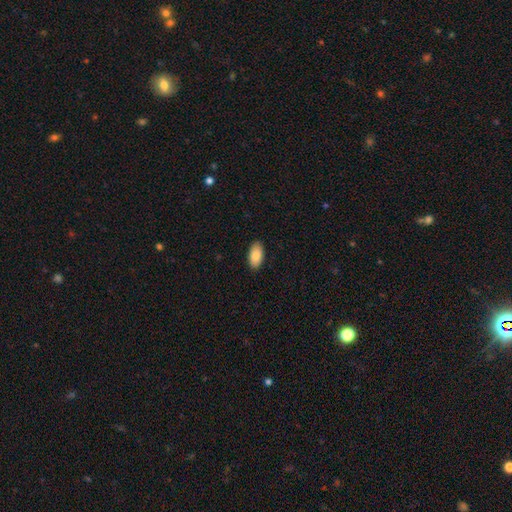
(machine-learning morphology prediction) smooth_or_featured: smooth (p=0.86) [alt: featured or disk p=0.07]
how_rounded: in between (p=0.95) [alt: cigar-shaped p=0.03]
merging: none (p=0.89) [alt: minor disturbance p=0.08]